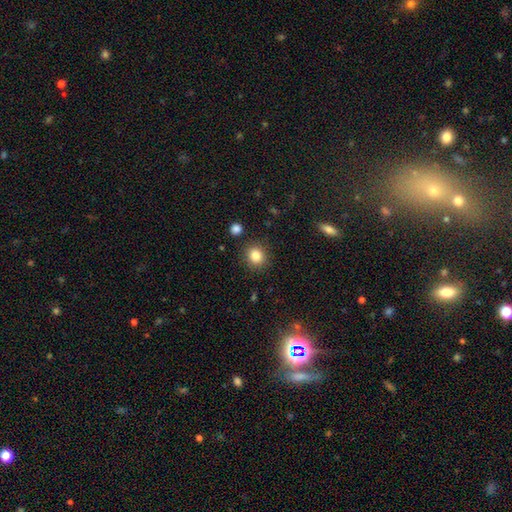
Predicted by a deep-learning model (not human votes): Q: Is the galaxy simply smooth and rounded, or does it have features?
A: smooth — 84%.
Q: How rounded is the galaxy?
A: round — 82%.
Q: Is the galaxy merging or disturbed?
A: none — 88%.